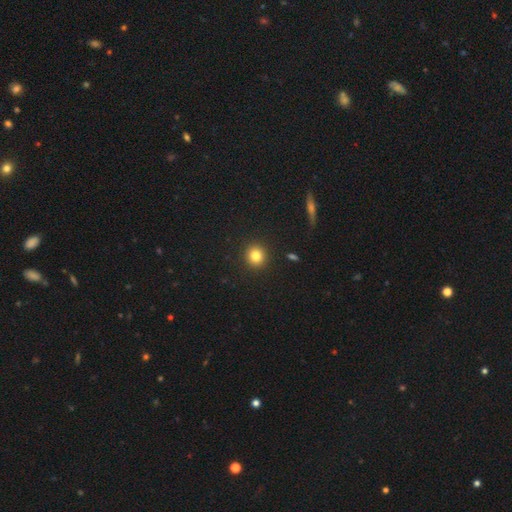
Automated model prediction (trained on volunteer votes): smooth-or-featured: smooth: 81% | star or artifact: 12% | featured or disk: 7%
  how-rounded: round: 91% | in between: 8% | cigar-shaped: 1%
  merging: none: 92% | minor disturbance: 5% | major disturbance: 2% | merger: 1%